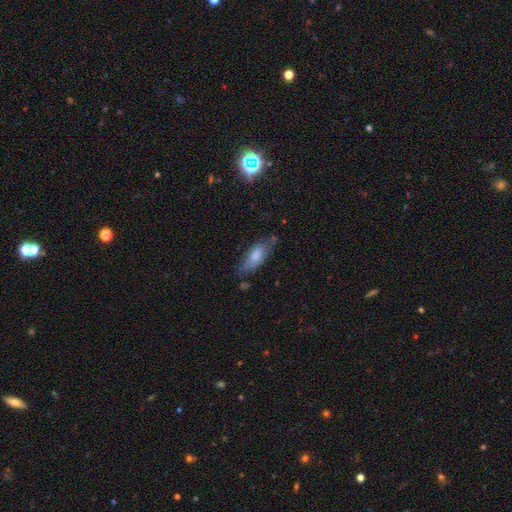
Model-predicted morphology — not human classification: smooth_or_featured: smooth (p=0.70) [alt: featured or disk p=0.23]
how_rounded: in between (p=0.73) [alt: cigar-shaped p=0.25]
merging: none (p=0.61) [alt: minor disturbance p=0.27]